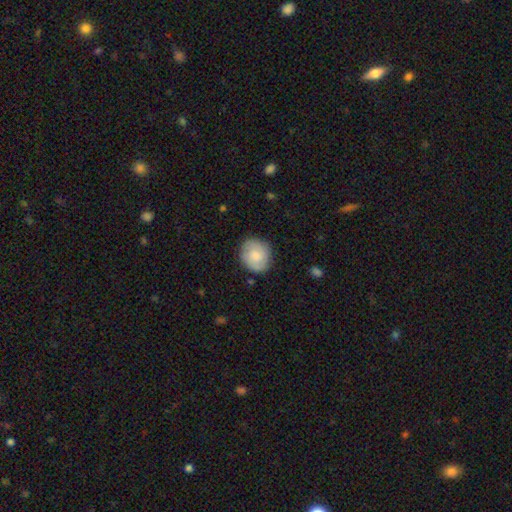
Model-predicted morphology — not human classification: The model was most divided on "smooth or featured": smooth: 75%, featured or disk: 19%, star or artifact: 6%. More confident: how rounded — round (83%); merging — none (82%).